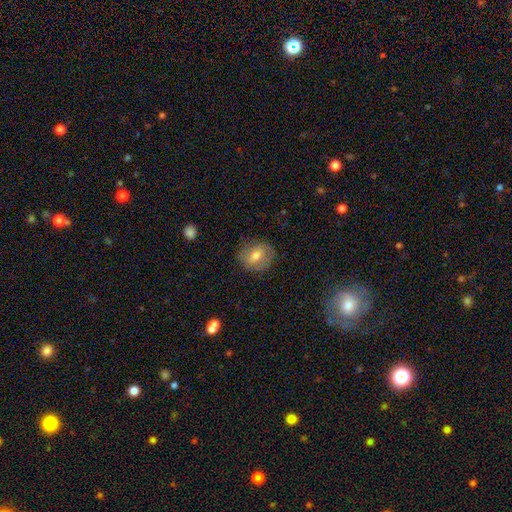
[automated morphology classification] Smooth or featured: smooth — 63% (featured or disk — 29%)
How rounded: round — 58% (in between — 40%)
Merging: none — 79% (minor disturbance — 15%)